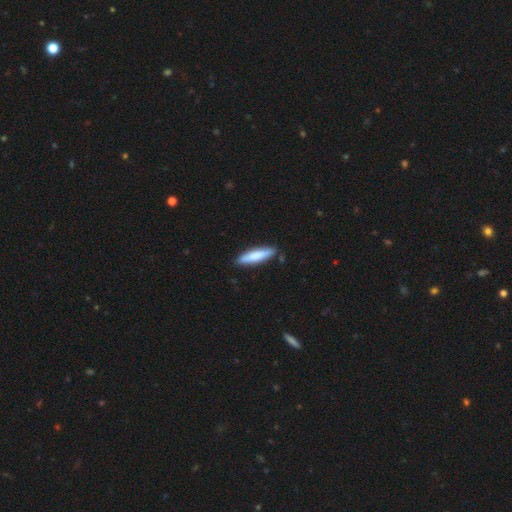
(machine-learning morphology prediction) Q: Smooth or featured?
A: smooth (77%); runner-up: featured or disk (18%)
Q: How rounded?
A: cigar-shaped (79%); runner-up: in between (19%)
Q: Merging?
A: none (87%); runner-up: minor disturbance (10%)